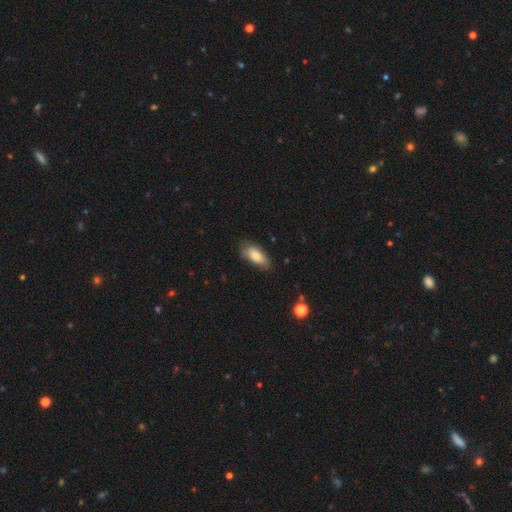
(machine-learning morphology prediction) A smooth galaxy with no disk features (80%) that is in between round and cigar-shaped (85%).

Vote fractions:
- Smooth or featured? smooth: 80% / featured or disk: 13% / star or artifact: 7%
- How rounded? in between: 85% / cigar-shaped: 13% / round: 3%
- Merging? none: 62% / minor disturbance: 29% / major disturbance: 8% / merger: 2%